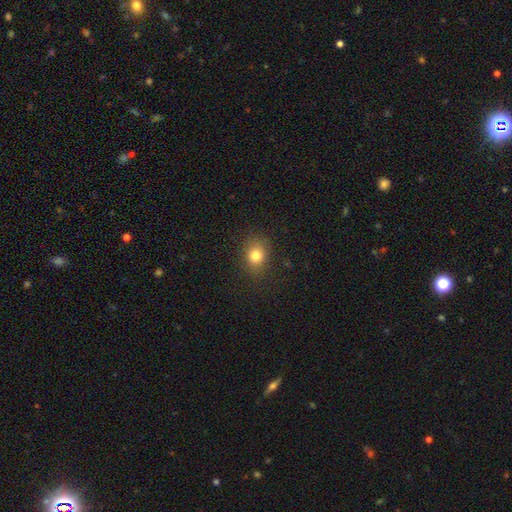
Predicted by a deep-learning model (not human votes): This is likely a smooth galaxy (80%). How rounded: likely round (62%). Merging: clearly none (84%).